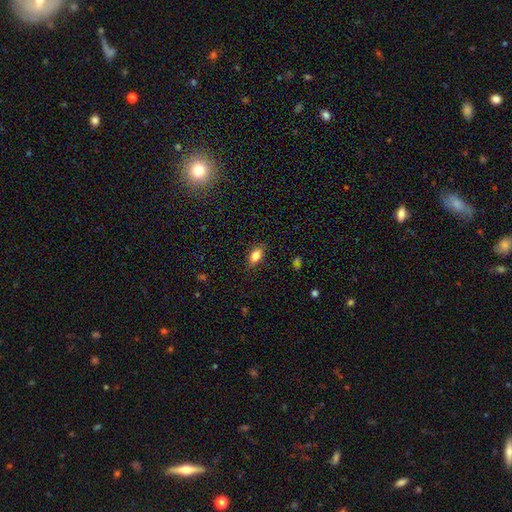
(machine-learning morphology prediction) smooth 80%, featured or disk 11%, star or artifact 9%. Down the decision tree: how rounded — in between (84%); merging — none (85%).